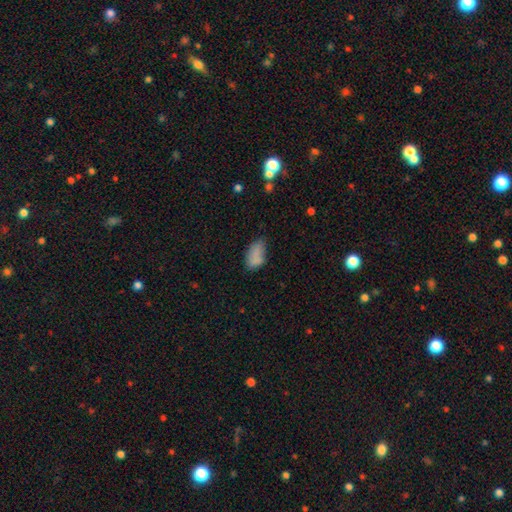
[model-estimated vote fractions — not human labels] This appears to be a smooth galaxy with no disk features (80%) that is in between round and cigar-shaped (92%). Merging: none (56%).